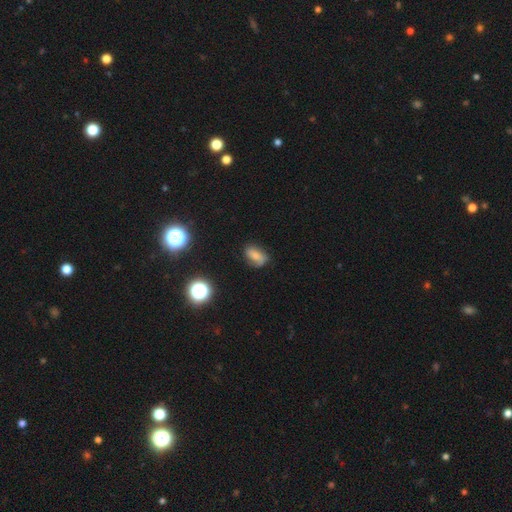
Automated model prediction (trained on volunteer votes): The model was most divided on "merging": none: 66%, minor disturbance: 25%, major disturbance: 7%, merger: 2%. More confident: how rounded — in between (84%); smooth or featured — smooth (63%).